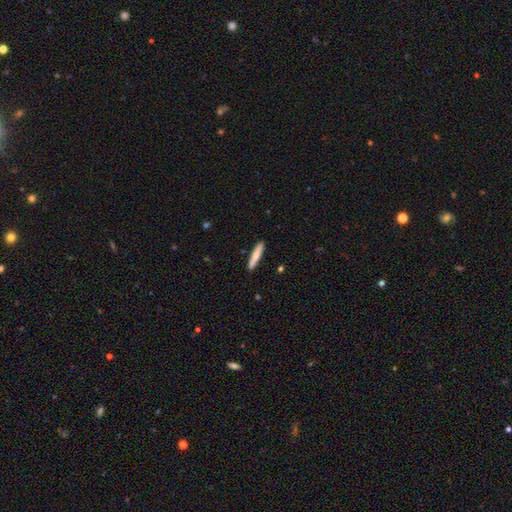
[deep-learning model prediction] Smooth or featured: smooth — 73% (featured or disk — 21%)
How rounded: cigar-shaped — 90% (in between — 8%)
Merging: none — 89% (minor disturbance — 8%)